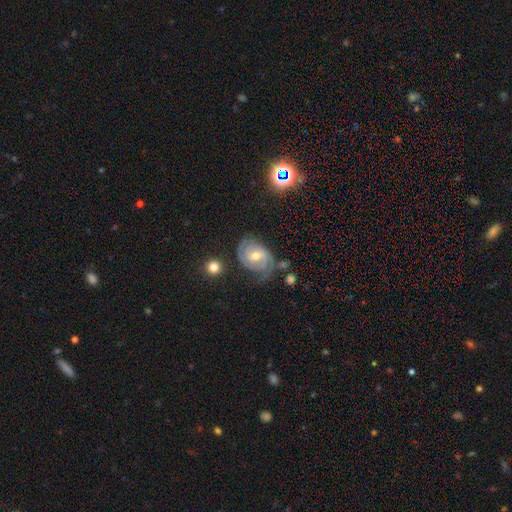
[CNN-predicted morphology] type=featured or disk (82%); edge-on=no (97%); bar=no (47%); spiral arms=yes (95%); winding=tight (64%); arm count=2 (64%); bulge=moderate (67%); merging=none (63%).